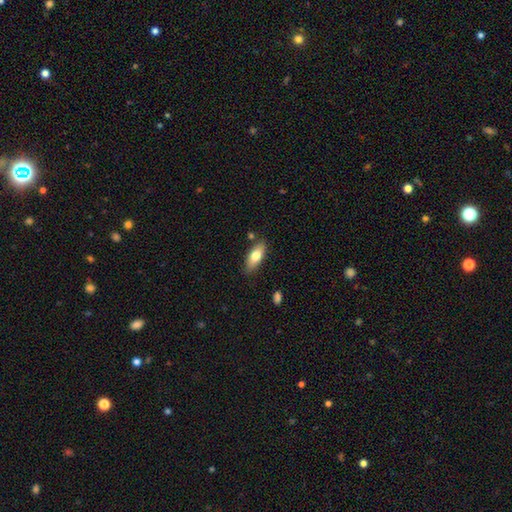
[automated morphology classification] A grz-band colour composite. It shows a smooth galaxy with no disk features (73%) that is in between round and cigar-shaped (76%). Merging: none (81%).